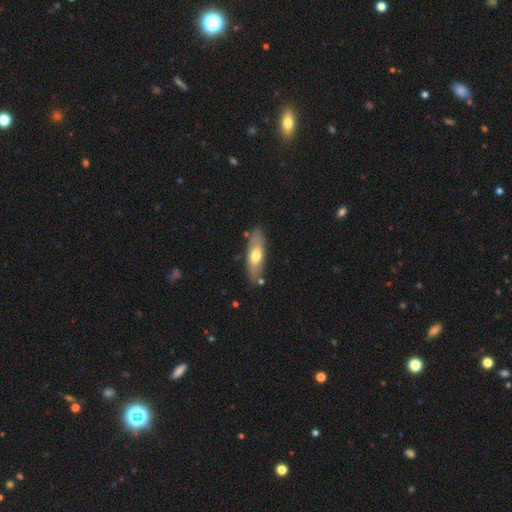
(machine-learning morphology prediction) A smooth galaxy with no disk features (59%) that is in between round and cigar-shaped (53%).

Vote fractions:
- Smooth or featured? smooth: 59% / featured or disk: 36% / star or artifact: 5%
- How rounded? in between: 53% / cigar-shaped: 44% / round: 2%
- Merging? none: 79% / minor disturbance: 14% / merger: 4% / major disturbance: 3%